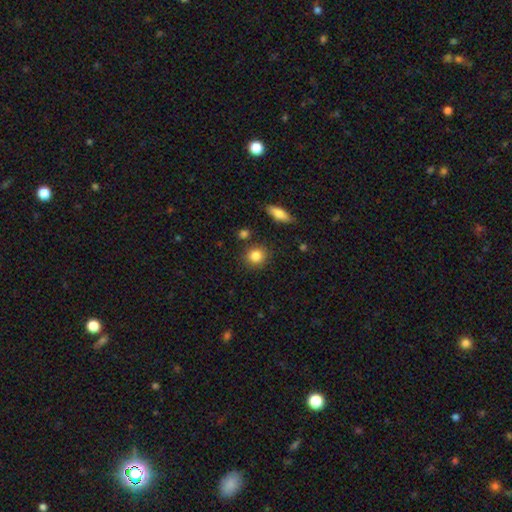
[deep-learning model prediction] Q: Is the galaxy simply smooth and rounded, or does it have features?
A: smooth — 85%.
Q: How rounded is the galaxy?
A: round — 82%.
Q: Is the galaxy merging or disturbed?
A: none — 85%.